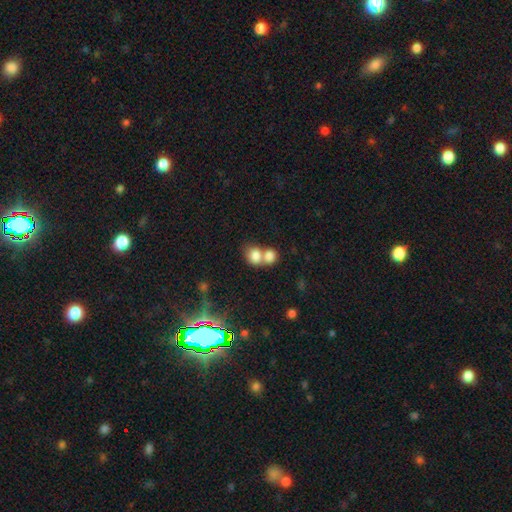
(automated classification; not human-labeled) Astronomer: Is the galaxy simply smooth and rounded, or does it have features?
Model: smooth — 79%.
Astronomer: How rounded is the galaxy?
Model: round — 60% (runner-up: in between, 39%).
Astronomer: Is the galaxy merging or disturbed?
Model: merger — 64%.